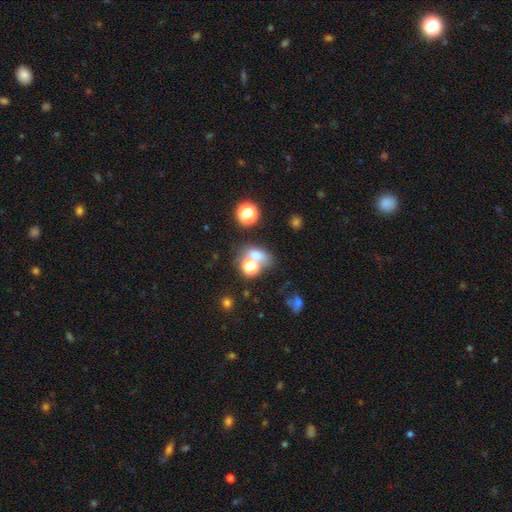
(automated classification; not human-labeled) smooth-or-featured: smooth: 60% | star or artifact: 28% | featured or disk: 13%
  how-rounded: in between: 50% | round: 47% | cigar-shaped: 2%
  merging: none: 49% | merger: 34% | minor disturbance: 10% | major disturbance: 6%